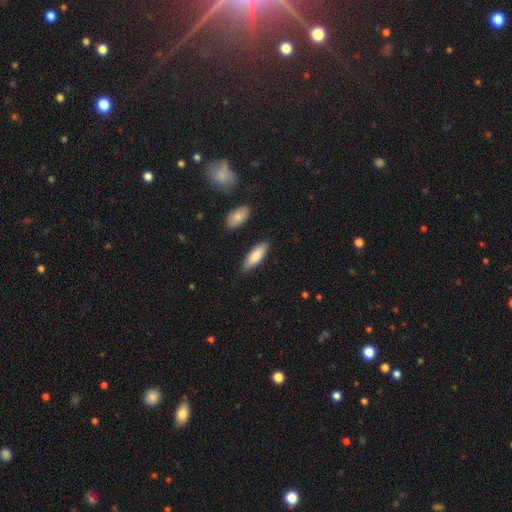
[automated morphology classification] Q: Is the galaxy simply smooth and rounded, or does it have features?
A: smooth — 84%.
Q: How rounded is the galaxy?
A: in between — 64%.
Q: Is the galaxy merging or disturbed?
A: none — 85%.